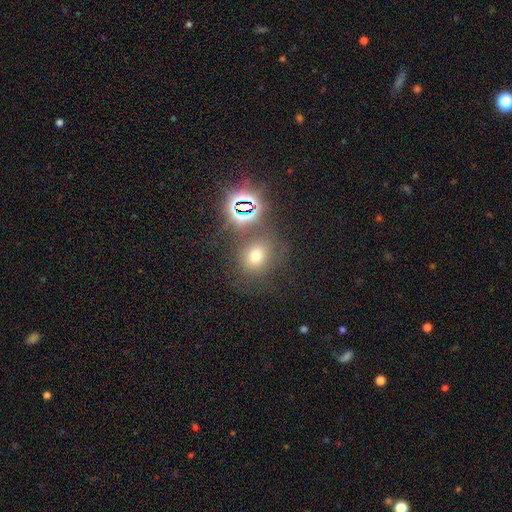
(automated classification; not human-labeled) The model was most divided on "how rounded": round: 63%, in between: 35%, cigar-shaped: 1%. More confident: merging — none (68%); smooth or featured — smooth (60%).